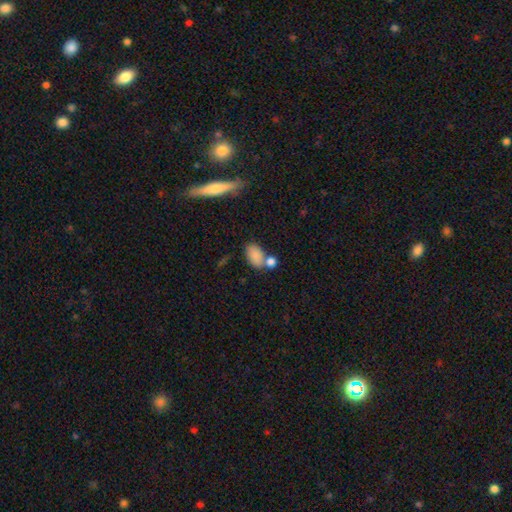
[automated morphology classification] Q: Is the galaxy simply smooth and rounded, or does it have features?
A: smooth — 82%.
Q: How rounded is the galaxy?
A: in between — 87%.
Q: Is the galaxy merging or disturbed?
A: none — 52%.